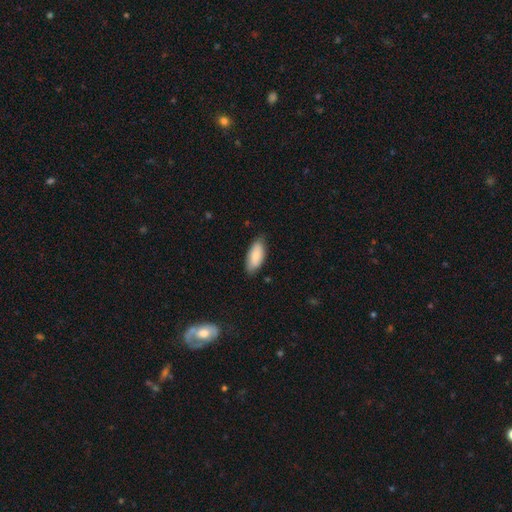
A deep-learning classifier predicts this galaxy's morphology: Smooth or featured? smooth (83%)
How rounded? in between (88%)
Merging? none (80%)